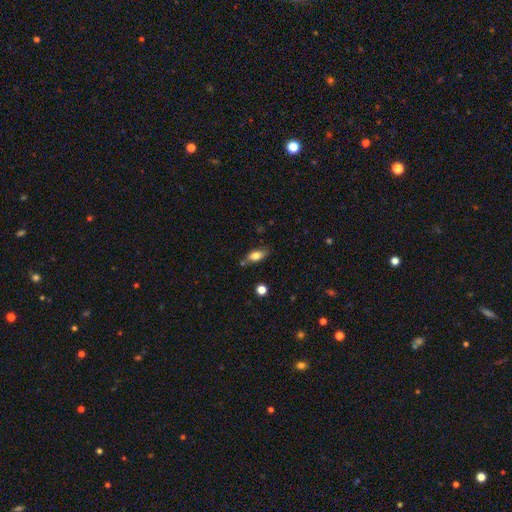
Volunteers were most divided on "how rounded": in between: 73%, round: 13%, cigar-shaped: 13%. More confident: smooth or featured — smooth (79%); merging — none (78%).